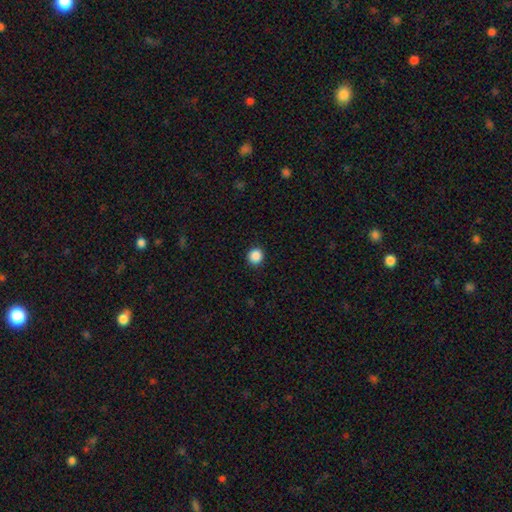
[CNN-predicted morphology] Smooth or featured: smooth — 88% (star or artifact — 10%)
How rounded: round — 91% (in between — 8%)
Merging: none — 92% (minor disturbance — 5%)